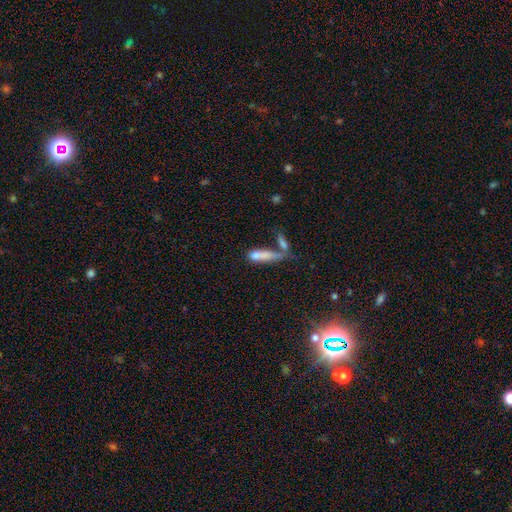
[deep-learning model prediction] The model was most divided on "how rounded": cigar-shaped: 55%, in between: 41%, round: 4%. Remaining: smooth or featured — smooth (71%); merging — merger (46%).